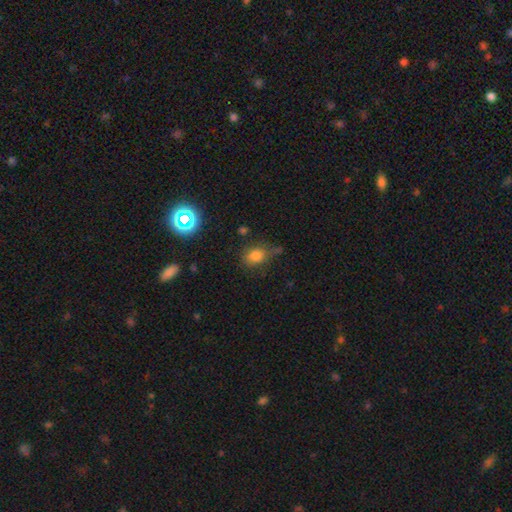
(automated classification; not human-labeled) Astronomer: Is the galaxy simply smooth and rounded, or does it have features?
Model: smooth — 77%.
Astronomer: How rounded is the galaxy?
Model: in between — 58% (runner-up: round, 40%).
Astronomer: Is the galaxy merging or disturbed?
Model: none — 60%.